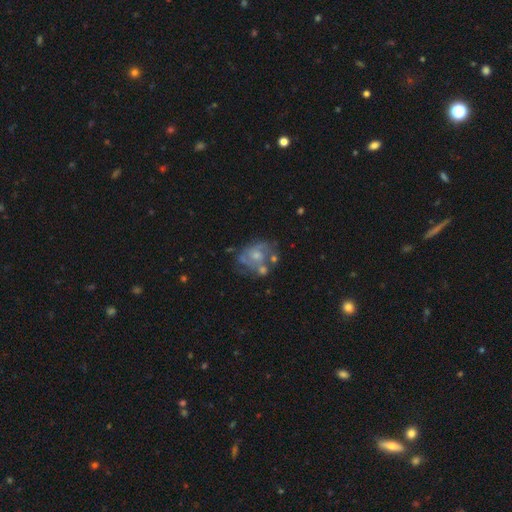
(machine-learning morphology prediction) featured or disk 68%, smooth 23%, star or artifact 9%. Down the decision tree: edge-on disk — no (98%); bar — no (76%); spiral arms — yes (59%); bulge size — moderate (42%); merging — none (42%).